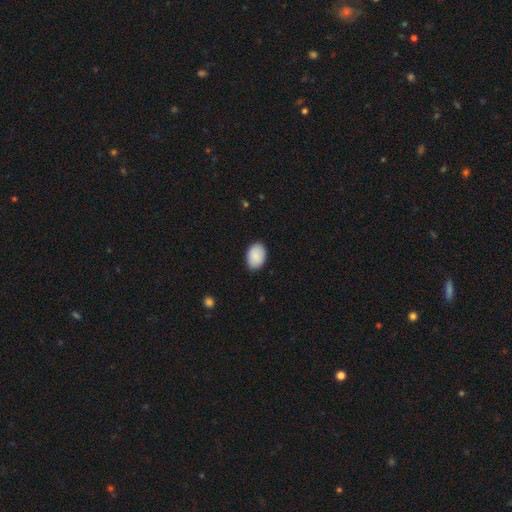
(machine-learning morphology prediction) A smooth galaxy with no disk features (91%) that is in between round and cigar-shaped (85%). Merging: none (87%).